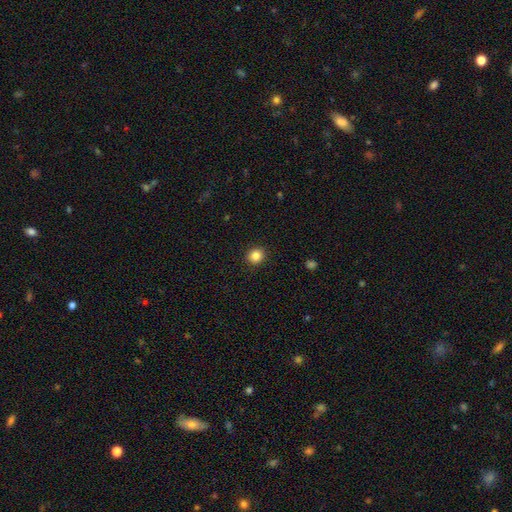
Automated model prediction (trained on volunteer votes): Morphology: type=smooth (85%); roundness=round (84%); merging=none (92%).